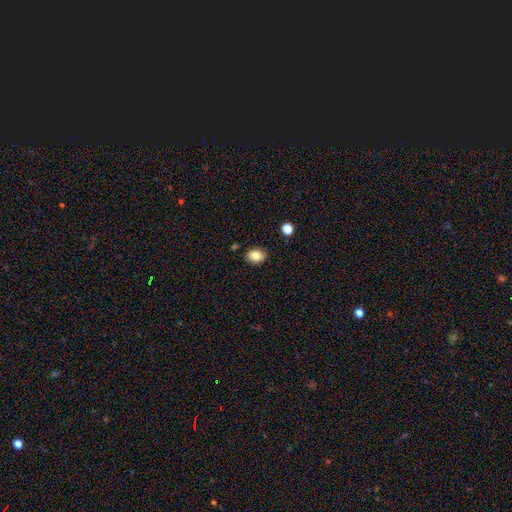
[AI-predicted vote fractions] The model was most divided on "how rounded": in between: 65%, round: 34%, cigar-shaped: 1%. More confident: merging — none (87%); smooth or featured — smooth (83%).